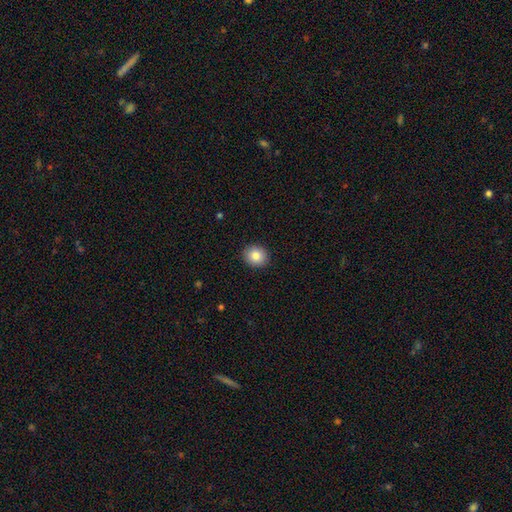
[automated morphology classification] This is clearly a smooth galaxy (84%). How rounded: likely round (76%). Merging: clearly none (91%).